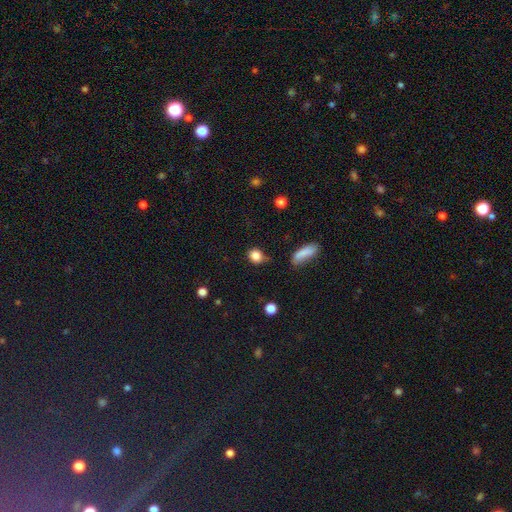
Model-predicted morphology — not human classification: Smooth or featured? Predicted: smooth (p=0.84). How rounded? Predicted: round (p=0.63). Merging? Predicted: none (p=0.67).